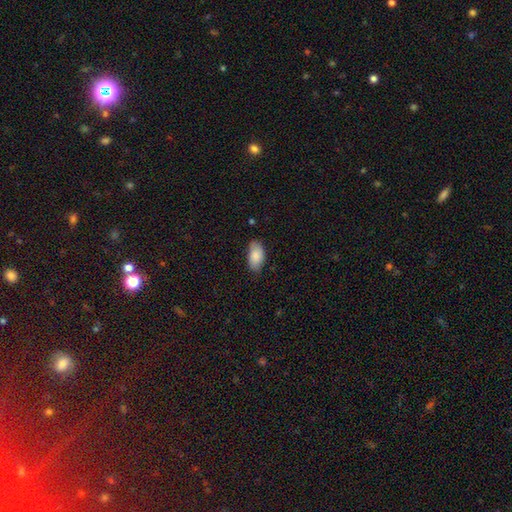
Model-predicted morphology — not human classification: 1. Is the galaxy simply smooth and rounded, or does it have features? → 85% smooth, 8% featured or disk, 6% star or artifact.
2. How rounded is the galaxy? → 94% in between, 3% round, 2% cigar-shaped.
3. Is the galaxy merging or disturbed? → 75% none, 20% minor disturbance, 3% major disturbance, 1% merger.